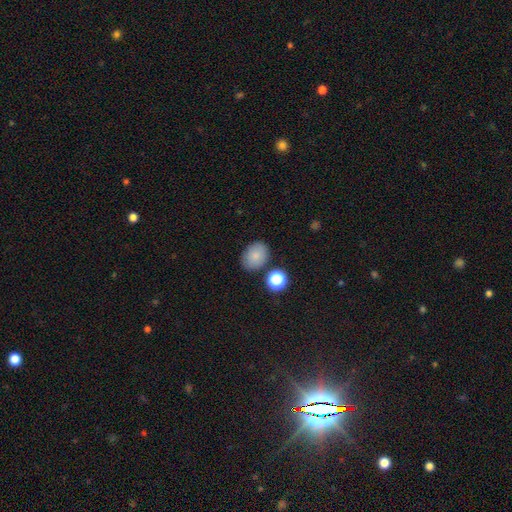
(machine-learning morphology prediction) A smooth galaxy with no disk features (82%) that is in between round and cigar-shaped (67%).

Vote fractions:
- Smooth or featured? smooth: 82% / star or artifact: 10% / featured or disk: 8%
- How rounded? in between: 67% / round: 32% / cigar-shaped: 1%
- Merging? none: 79% / minor disturbance: 12% / merger: 6% / major disturbance: 3%